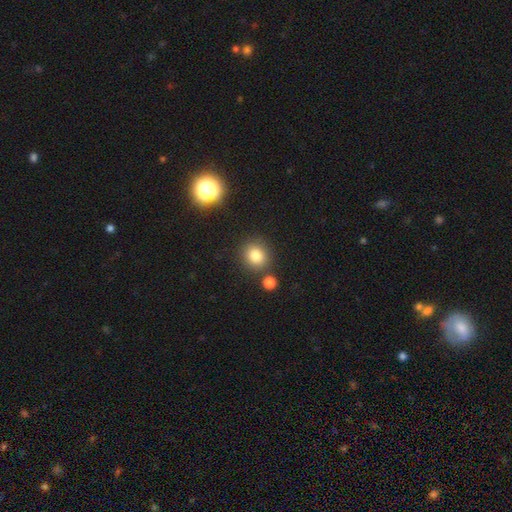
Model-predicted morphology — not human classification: Overall: smooth (80%). How rounded: round (83%). Merging: none (81%).